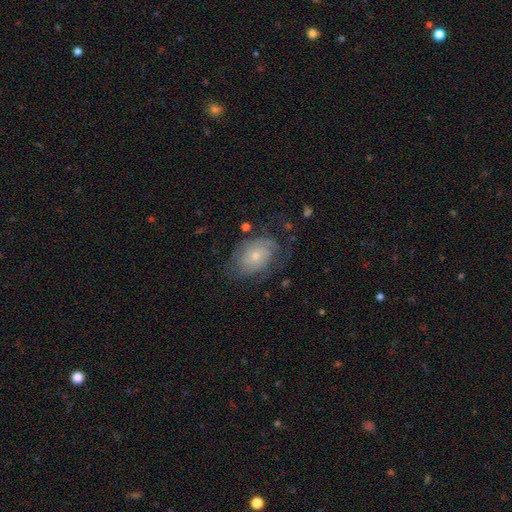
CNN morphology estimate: type=featured or disk (67%); edge-on=no (96%); bar=no (74%); spiral arms=yes (84%); winding=tight (56%); arm count=can't tell (44%); bulge=small (64%); merging=none (58%).